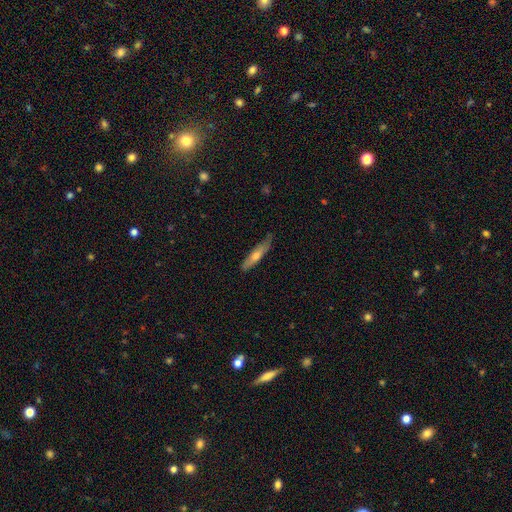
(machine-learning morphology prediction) smooth_or_featured: smooth (p=0.53) [alt: featured or disk p=0.41]
how_rounded: cigar-shaped (p=0.84) [alt: in between p=0.14]
merging: none (p=0.75) [alt: minor disturbance p=0.21]